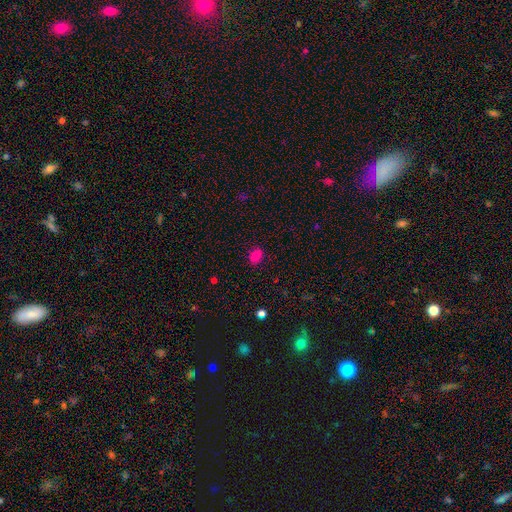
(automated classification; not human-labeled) Morphology: type=smooth (82%); roundness=in between (64%); merging=none (87%).